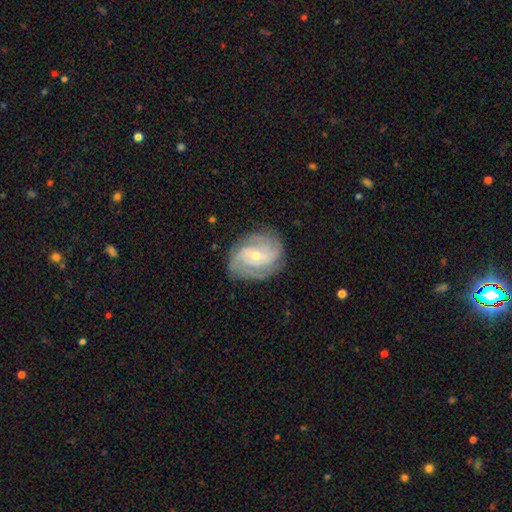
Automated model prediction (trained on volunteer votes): This appears to be a featured or disk galaxy (85%) with a weak bar (45%), 3 (29%) tight (59%) spiral arms (96%) and a small central bulge (55%). Merging: none (78%).